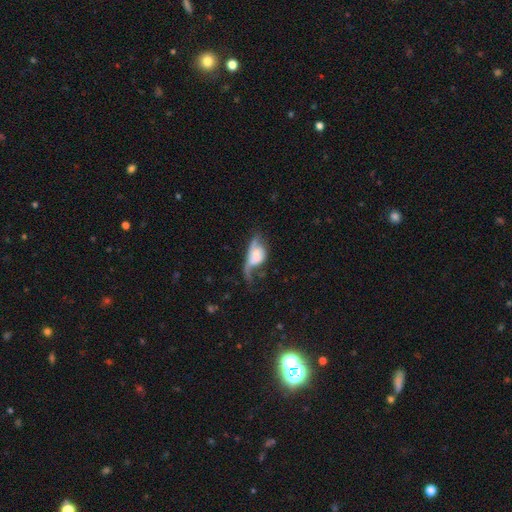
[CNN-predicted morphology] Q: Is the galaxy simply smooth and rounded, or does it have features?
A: featured or disk — 47%.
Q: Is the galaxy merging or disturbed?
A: major disturbance — 49%.